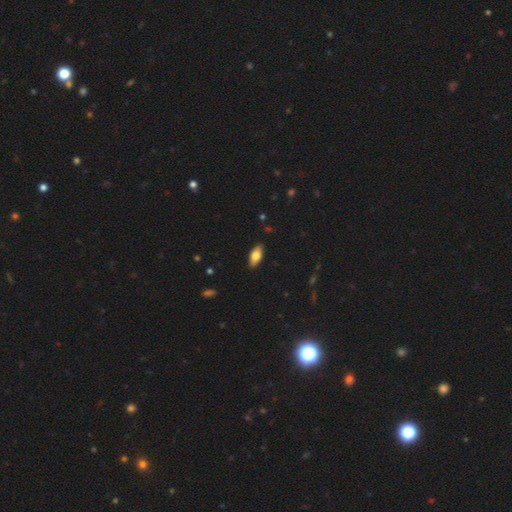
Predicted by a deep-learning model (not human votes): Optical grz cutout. It shows a smooth galaxy with no disk features (73%) that is in between round and cigar-shaped (87%). Merging: none (88%).